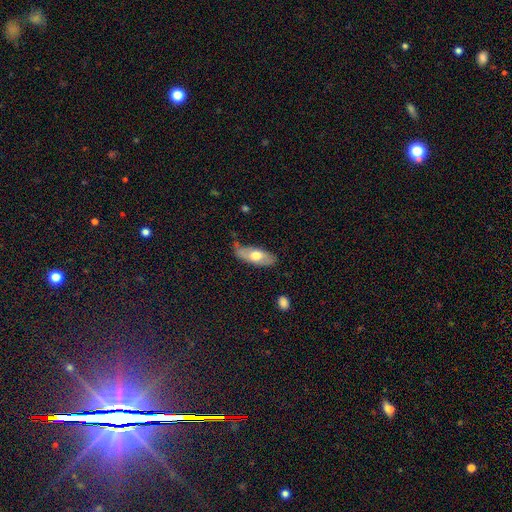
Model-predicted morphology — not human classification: Smooth or featured?
  - smooth: 61% *
  - featured or disk: 33%
  - star or artifact: 6%
How rounded?
  - in between: 80% *
  - cigar-shaped: 18%
  - round: 3%
Merging?
  - none: 56% *
  - minor disturbance: 31%
  - major disturbance: 9%
  - merger: 4%